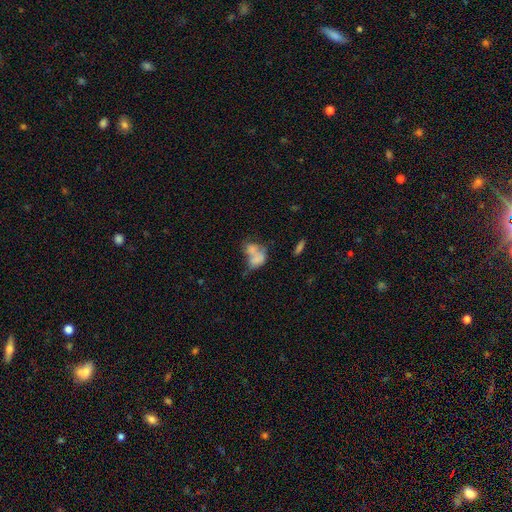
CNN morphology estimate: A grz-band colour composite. It shows a smooth galaxy with no disk features (63%) that is in between round and cigar-shaped (76%). Merging: merger (58%).